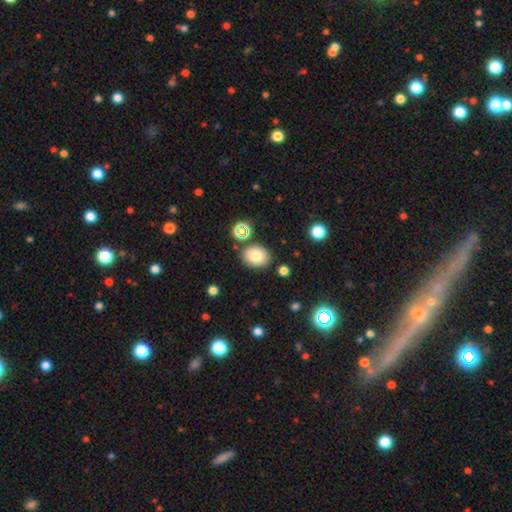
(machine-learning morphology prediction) Smooth or featured?
  - smooth: 79% *
  - star or artifact: 12%
  - featured or disk: 9%
How rounded?
  - in between: 57% *
  - round: 42%
  - cigar-shaped: 1%
Merging?
  - none: 82% *
  - minor disturbance: 11%
  - merger: 5%
  - major disturbance: 3%